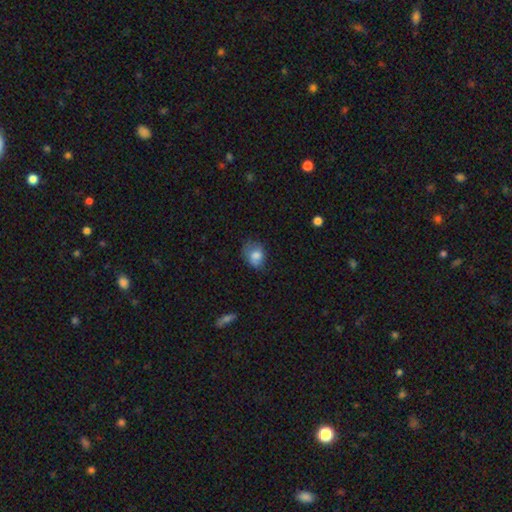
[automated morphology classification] Q: Smooth or featured?
A: smooth (75%); runner-up: featured or disk (16%)
Q: How rounded?
A: in between (59%); runner-up: round (40%)
Q: Merging?
A: none (47%); runner-up: minor disturbance (35%)